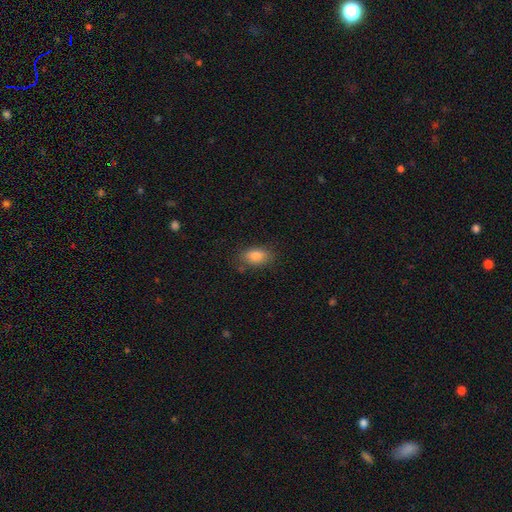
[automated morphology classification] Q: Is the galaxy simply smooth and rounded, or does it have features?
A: smooth — 84%.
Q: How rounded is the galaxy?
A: in between — 88%.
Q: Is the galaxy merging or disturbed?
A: none — 79%.